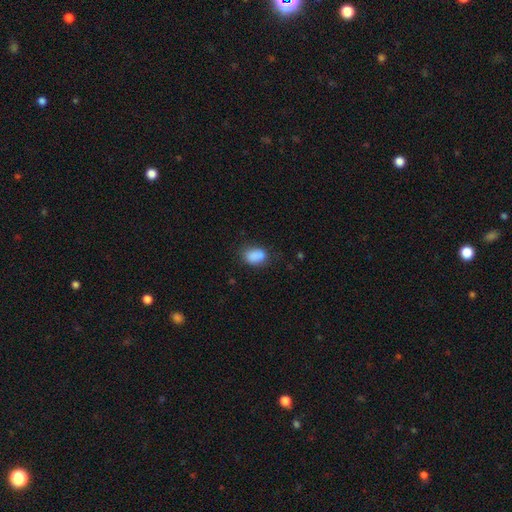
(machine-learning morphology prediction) smooth-or-featured: smooth: 86% | star or artifact: 9% | featured or disk: 5%
  how-rounded: in between: 81% | round: 17% | cigar-shaped: 2%
  merging: none: 69% | minor disturbance: 22% | major disturbance: 6% | merger: 3%